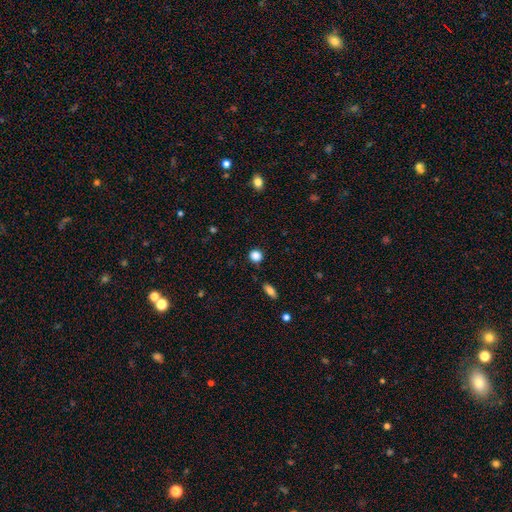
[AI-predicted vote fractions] Smooth or featured?
  - smooth: 86% *
  - star or artifact: 11%
  - featured or disk: 3%
How rounded?
  - round: 88% *
  - in between: 11%
  - cigar-shaped: 1%
Merging?
  - none: 86% *
  - minor disturbance: 9%
  - major disturbance: 3%
  - merger: 2%